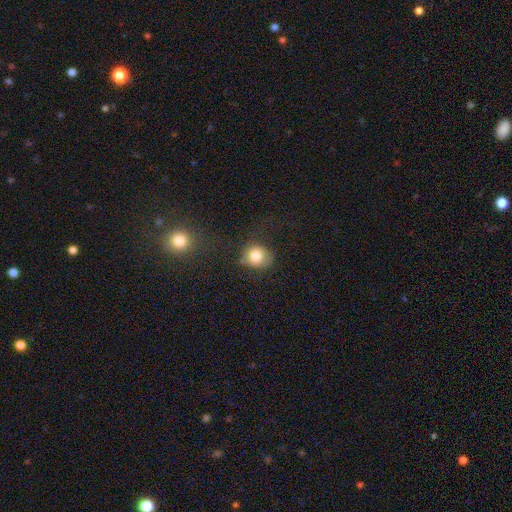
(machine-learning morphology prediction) Smooth or featured? smooth (81%)
How rounded? round (77%)
Merging? none (62%)